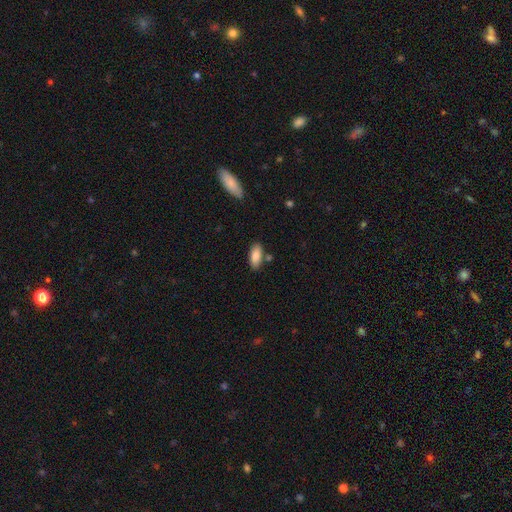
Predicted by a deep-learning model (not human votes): Smooth or featured?
  - smooth: 84% *
  - featured or disk: 9%
  - star or artifact: 6%
How rounded?
  - in between: 86% *
  - cigar-shaped: 12%
  - round: 2%
Merging?
  - none: 80% *
  - minor disturbance: 11%
  - merger: 6%
  - major disturbance: 2%